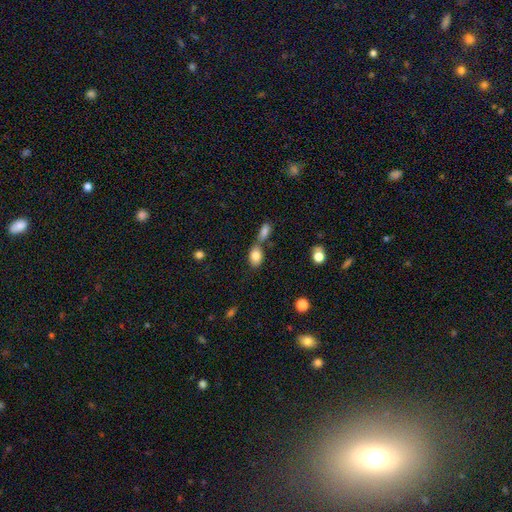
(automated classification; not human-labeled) smooth 83%, featured or disk 9%, star or artifact 9%. Down the decision tree: how rounded — in between (83%); merging — none (50%).